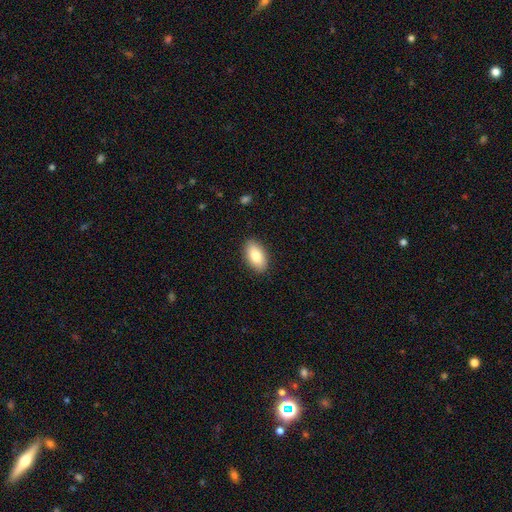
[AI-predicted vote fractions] Overall: smooth (84%). How rounded: in between (93%). Merging: none (88%).